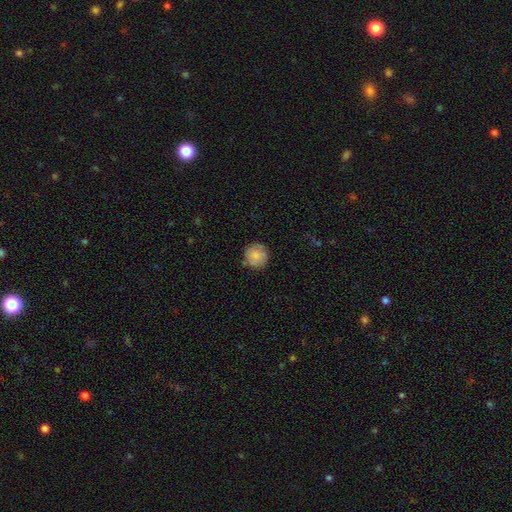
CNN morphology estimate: type=smooth (73%); roundness=round (92%); merging=none (77%).